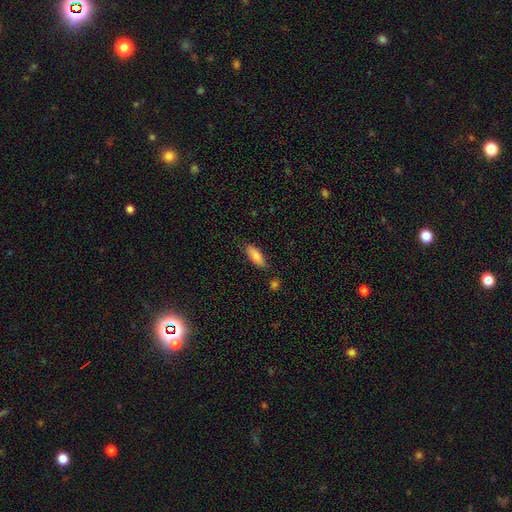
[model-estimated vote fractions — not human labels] This appears to be a smooth galaxy with no disk features (85%) that is in between round and cigar-shaped (68%). Merging: none (76%).